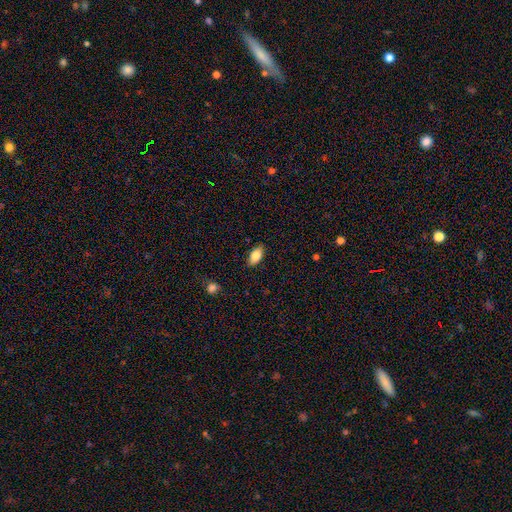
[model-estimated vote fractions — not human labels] Smooth or featured?
  - smooth: 82% *
  - featured or disk: 11%
  - star or artifact: 7%
How rounded?
  - in between: 91% *
  - cigar-shaped: 5%
  - round: 5%
Merging?
  - none: 85% *
  - minor disturbance: 12%
  - major disturbance: 2%
  - merger: 1%